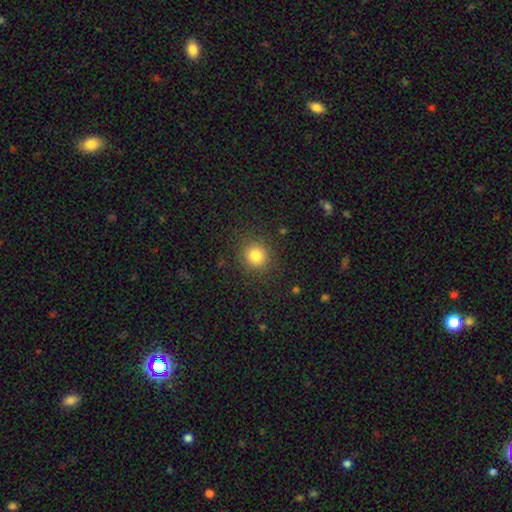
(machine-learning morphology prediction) smooth_or_featured: smooth (p=0.82) [alt: star or artifact p=0.12]
how_rounded: round (p=0.90) [alt: in between p=0.09]
merging: none (p=0.88) [alt: minor disturbance p=0.07]